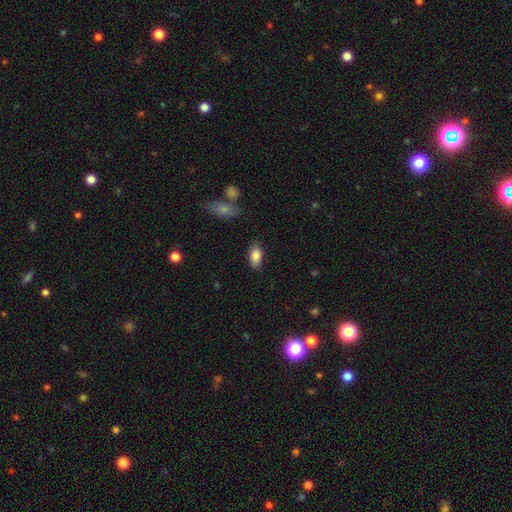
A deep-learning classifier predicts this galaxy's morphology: type=smooth (85%); roundness=in between (92%); merging=none (85%).